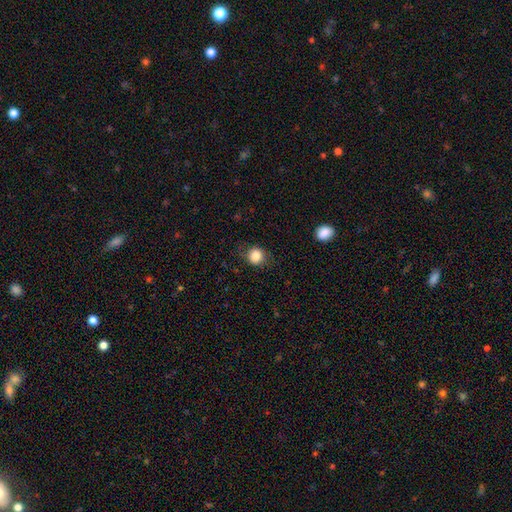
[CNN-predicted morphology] This appears to be a smooth galaxy with no disk features (84%) that is round (85%). Merging: none (80%).